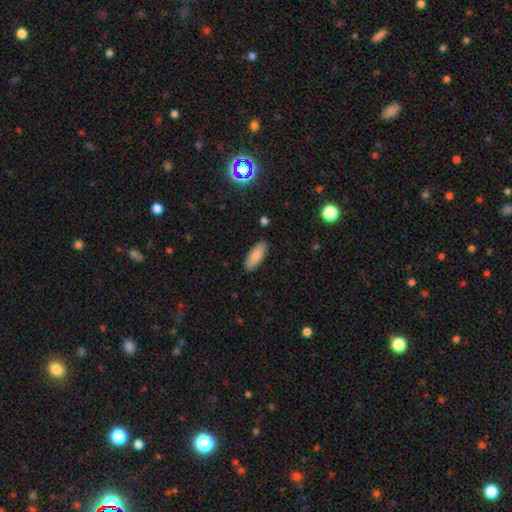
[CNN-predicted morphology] A smooth galaxy with no disk features (87%) that is in between round and cigar-shaped (73%).

Vote fractions:
- Smooth or featured? smooth: 87% / star or artifact: 6% / featured or disk: 6%
- How rounded? in between: 73% / cigar-shaped: 25% / round: 2%
- Merging? none: 88% / minor disturbance: 9% / major disturbance: 2% / merger: 1%